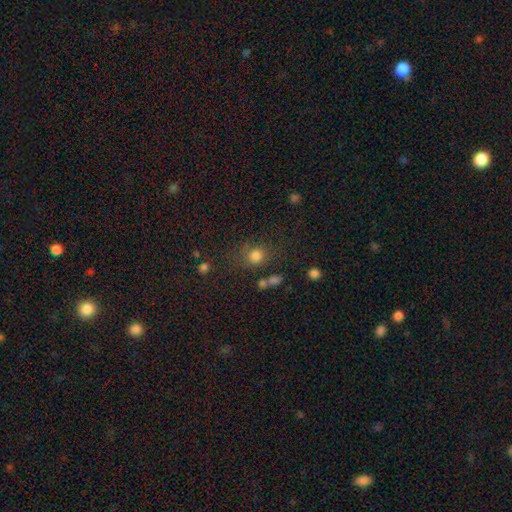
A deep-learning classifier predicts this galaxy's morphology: smooth_or_featured: smooth (p=0.79) [alt: star or artifact p=0.14]
how_rounded: round (p=0.78) [alt: in between p=0.21]
merging: none (p=0.67) [alt: minor disturbance p=0.16]